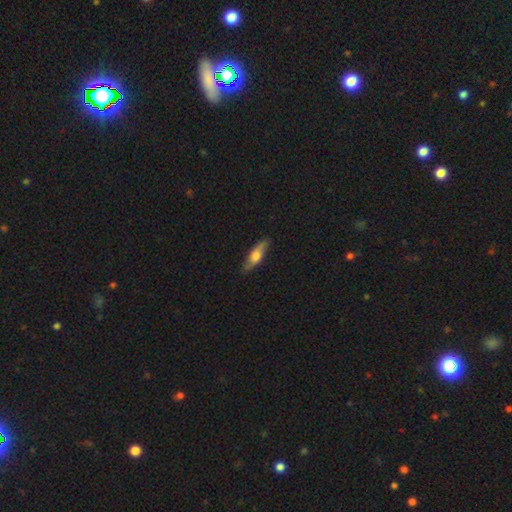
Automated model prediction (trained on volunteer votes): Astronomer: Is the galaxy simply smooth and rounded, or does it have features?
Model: smooth — 55% (runner-up: featured or disk, 39%).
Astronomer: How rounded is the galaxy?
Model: cigar-shaped — 52% (runner-up: in between, 45%).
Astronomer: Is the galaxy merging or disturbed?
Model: none — 82%.